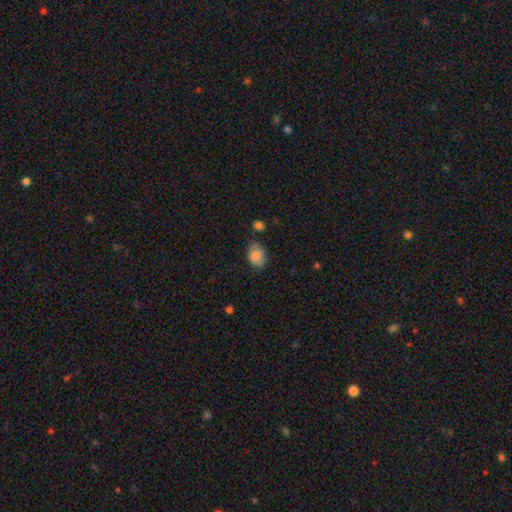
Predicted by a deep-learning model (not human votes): A smooth galaxy with no disk features (80%) that is in between round and cigar-shaped (77%). Merging: none (68%).